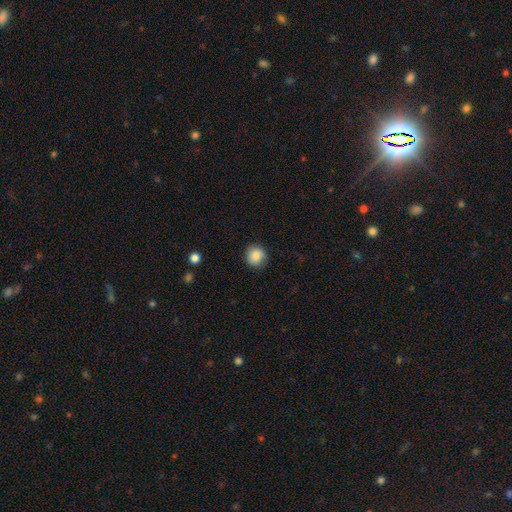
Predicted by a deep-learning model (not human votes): Overall: smooth (88%). How rounded: round (89%). Merging: none (88%).